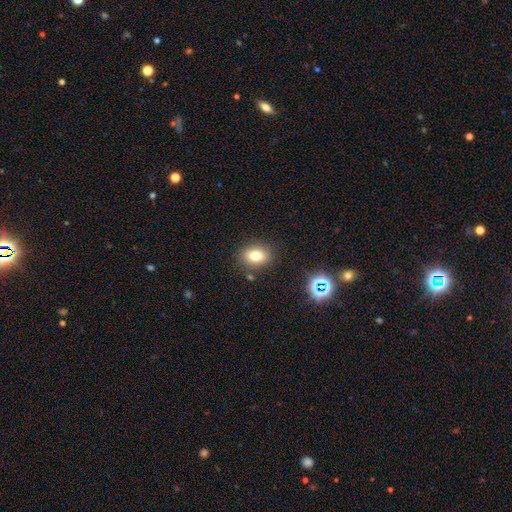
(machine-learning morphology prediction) The model was most divided on "how rounded": in between: 67%, round: 31%, cigar-shaped: 1%. More confident: merging — none (84%); smooth or featured — smooth (78%).